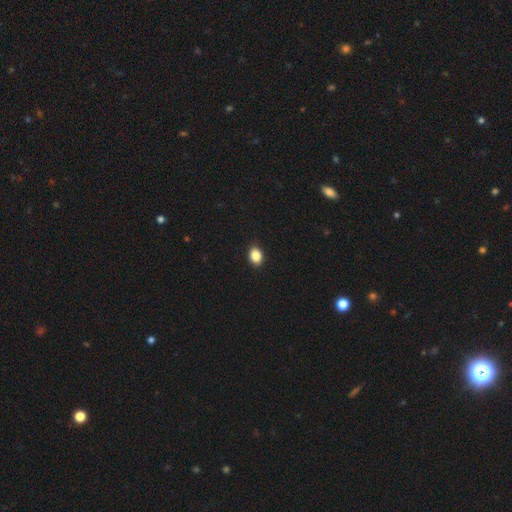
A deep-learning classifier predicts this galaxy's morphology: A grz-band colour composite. It shows a smooth galaxy with no disk features (86%) that is in between round and cigar-shaped (70%). Merging: none (89%).